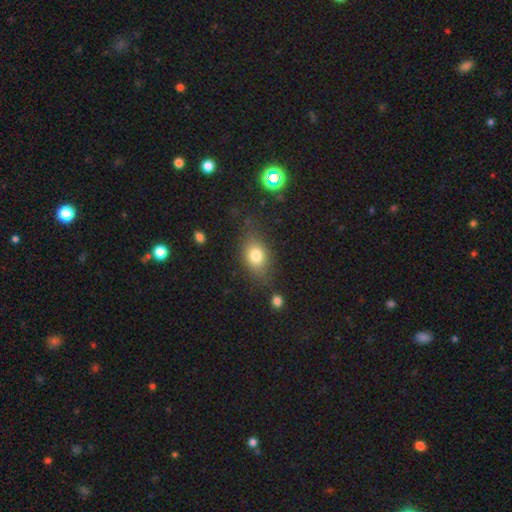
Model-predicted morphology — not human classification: A smooth galaxy with no disk features (77%) that is in between round and cigar-shaped (68%).

Vote fractions:
- Smooth or featured? smooth: 77% / featured or disk: 12% / star or artifact: 11%
- How rounded? in between: 68% / round: 29% / cigar-shaped: 3%
- Merging? none: 70% / minor disturbance: 19% / major disturbance: 7% / merger: 3%